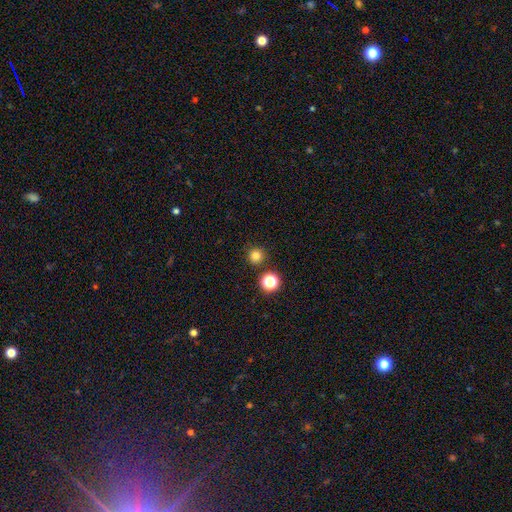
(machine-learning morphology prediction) This appears to be a smooth galaxy with no disk features (79%) that is round (95%). Merging: none (87%).